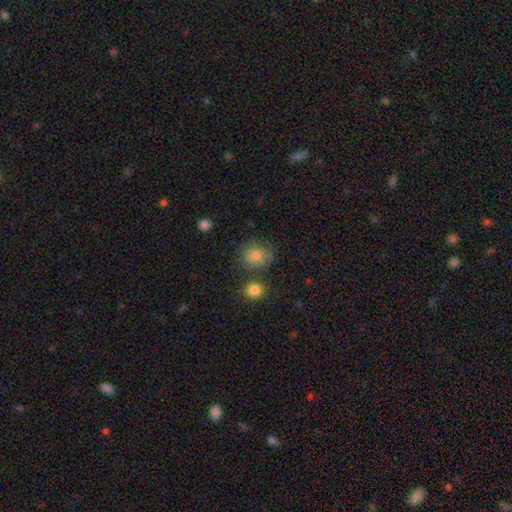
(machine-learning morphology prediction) A smooth galaxy with no disk features (74%) that is round (73%). Merging: none (71%).